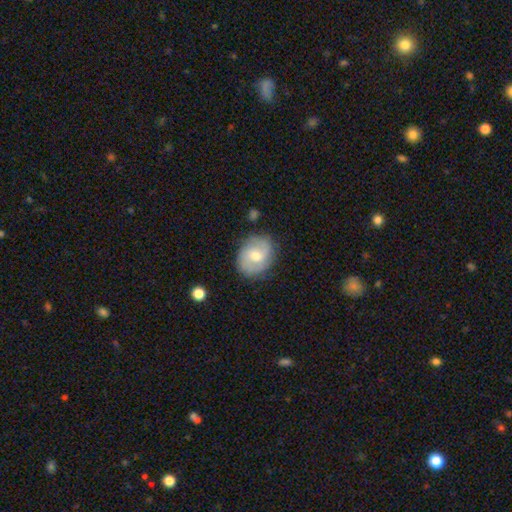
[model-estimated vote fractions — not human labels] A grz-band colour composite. It shows a featured or disk galaxy (58%) with no bar (52%), spiral arms (82%) and a moderate central bulge (61%). Merging: none (80%).